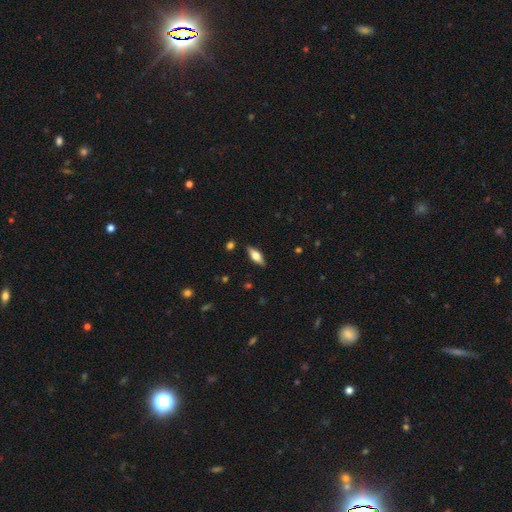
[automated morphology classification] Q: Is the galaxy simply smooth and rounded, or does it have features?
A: smooth — 49%.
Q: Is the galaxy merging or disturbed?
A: none — 87%.